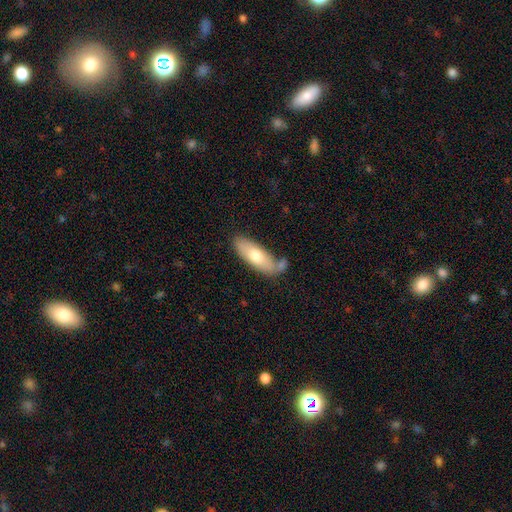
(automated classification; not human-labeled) A smooth galaxy with no disk features (68%) that is in between round and cigar-shaped (70%). Merging: none (60%).